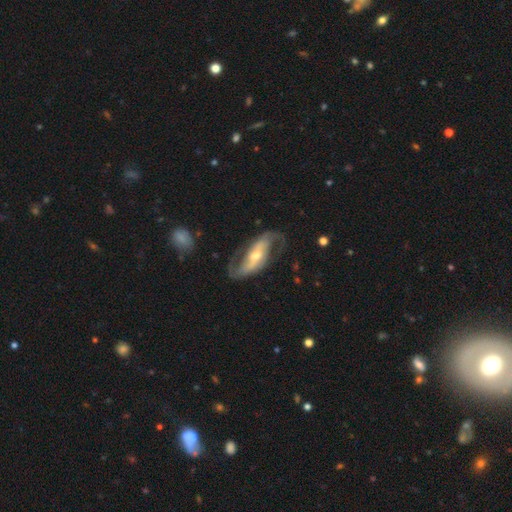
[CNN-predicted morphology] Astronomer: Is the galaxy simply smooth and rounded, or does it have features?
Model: featured or disk — 87%.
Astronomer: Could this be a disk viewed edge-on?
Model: no — 93%.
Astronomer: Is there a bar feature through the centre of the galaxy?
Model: strong — 51% (runner-up: weak, 31%).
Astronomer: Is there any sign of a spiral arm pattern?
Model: yes — 94%.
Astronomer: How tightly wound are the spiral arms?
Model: loose — 53% (runner-up: medium, 36%).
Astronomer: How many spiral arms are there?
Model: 2 — 92%.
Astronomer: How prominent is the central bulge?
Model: moderate — 57% (runner-up: small, 36%).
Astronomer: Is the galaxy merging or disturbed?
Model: none — 72%.